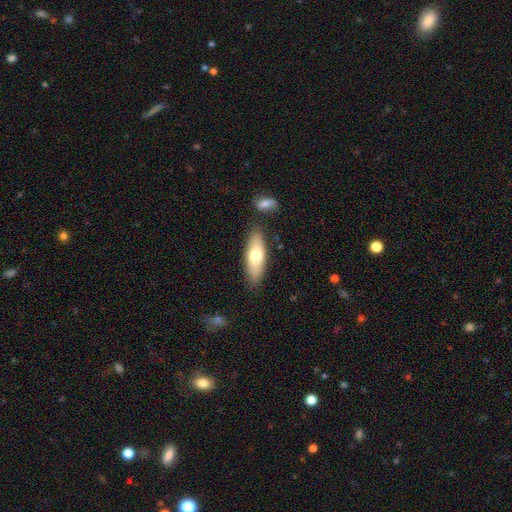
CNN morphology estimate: Q: Smooth or featured?
A: smooth (72%); runner-up: featured or disk (23%)
Q: How rounded?
A: in between (57%); runner-up: cigar-shaped (40%)
Q: Merging?
A: none (82%); runner-up: minor disturbance (11%)